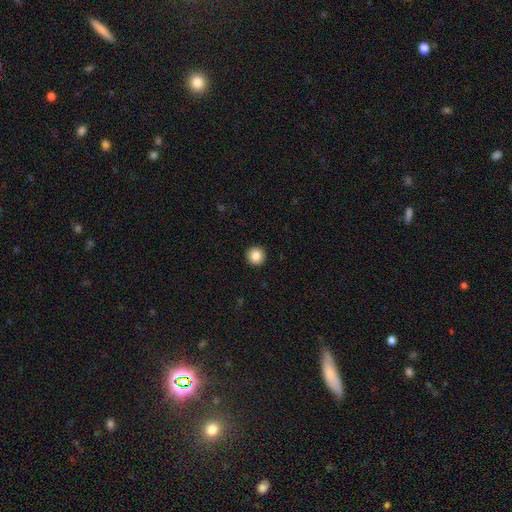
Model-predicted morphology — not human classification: Smooth or featured?
  - smooth: 86% *
  - star or artifact: 9%
  - featured or disk: 4%
How rounded?
  - round: 96% *
  - in between: 3%
  - cigar-shaped: 1%
Merging?
  - none: 93% *
  - minor disturbance: 4%
  - major disturbance: 1%
  - merger: 1%